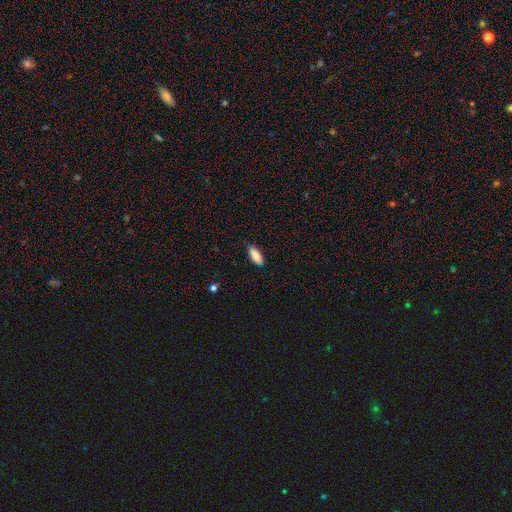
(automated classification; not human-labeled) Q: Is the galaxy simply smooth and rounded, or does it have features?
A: smooth — 88%.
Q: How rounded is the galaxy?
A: in between — 80%.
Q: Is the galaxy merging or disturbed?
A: none — 85%.